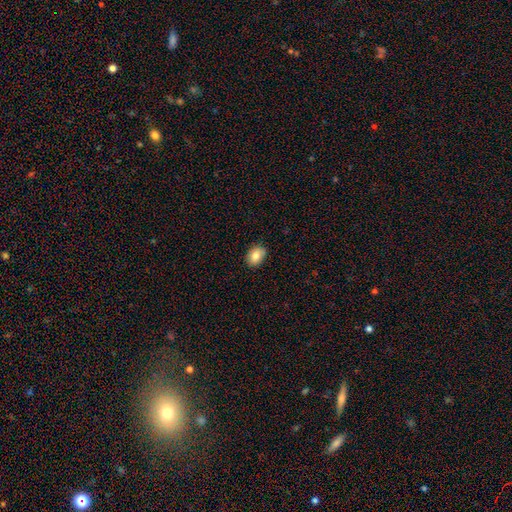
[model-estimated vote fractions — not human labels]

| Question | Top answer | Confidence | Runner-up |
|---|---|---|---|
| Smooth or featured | smooth | 81% | featured or disk (11%) |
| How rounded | in between | 73% | round (26%) |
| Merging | none | 85% | minor disturbance (12%) |